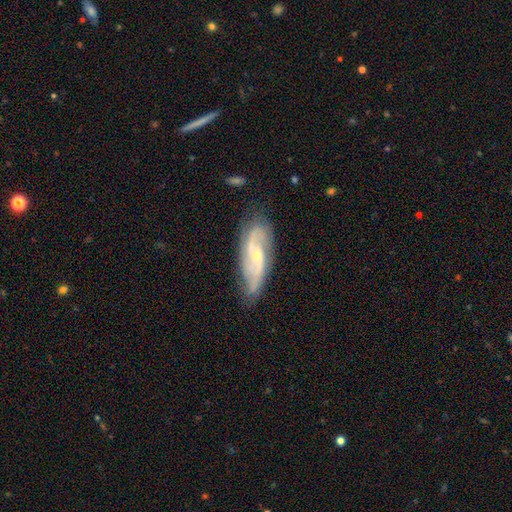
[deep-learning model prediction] The model was most divided on "bar": weak: 47%, no: 39%, strong: 13%. Remaining: spiral arms — yes (95%); edge-on disk — no (90%); smooth or featured — featured or disk (81%); merging — none (71%); spiral arm count — 2 (67%); bulge size — small (58%); spiral winding — medium (46%).